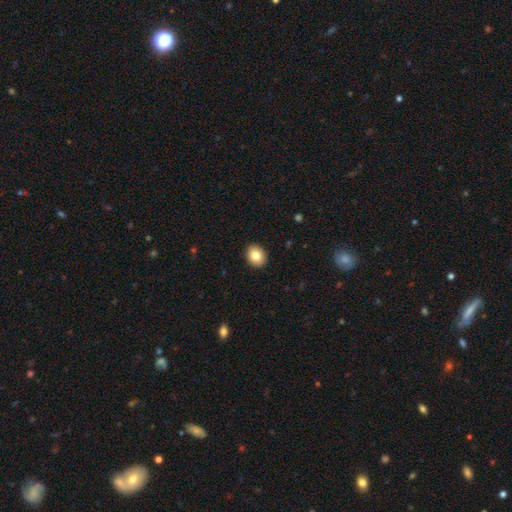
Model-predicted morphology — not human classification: Smooth or featured? smooth (82%)
How rounded? round (56%)
Merging? none (92%)